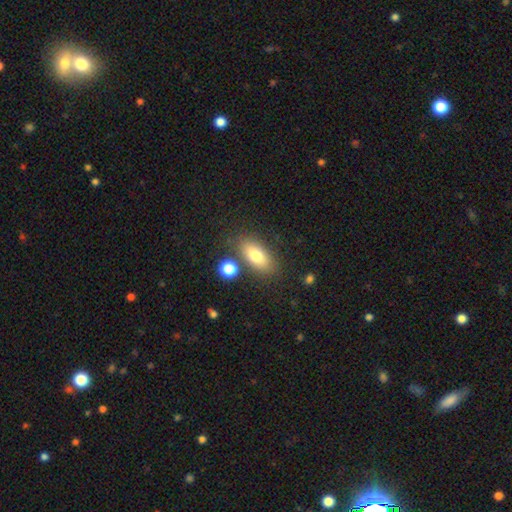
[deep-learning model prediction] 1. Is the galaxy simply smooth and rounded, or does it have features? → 76% smooth, 15% featured or disk, 9% star or artifact.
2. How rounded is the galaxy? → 83% in between, 11% cigar-shaped, 6% round.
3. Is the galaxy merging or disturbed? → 77% none, 11% minor disturbance, 7% merger, 4% major disturbance.